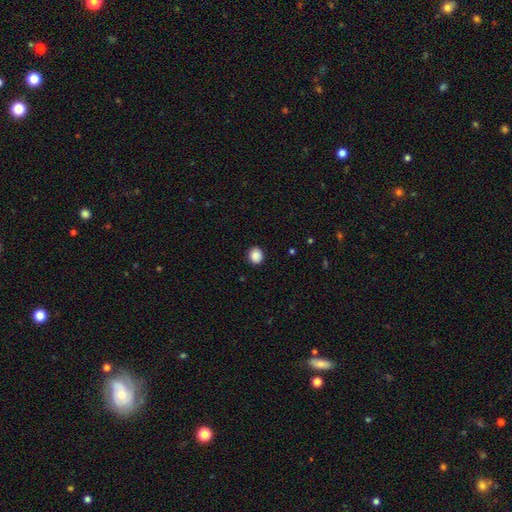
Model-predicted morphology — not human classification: This is clearly a smooth galaxy (88%). How rounded: clearly round (83%). Merging: clearly none (91%).